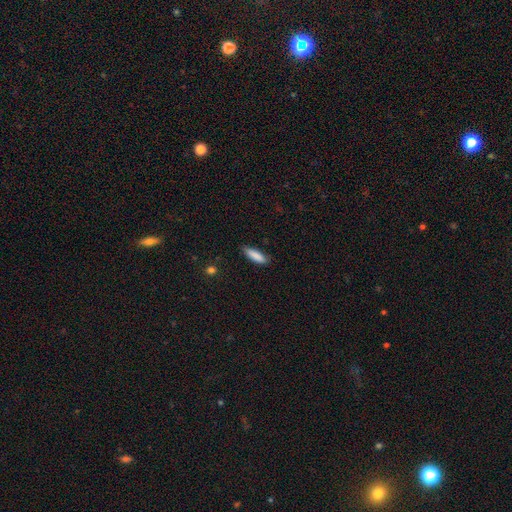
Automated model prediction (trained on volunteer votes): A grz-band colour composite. It shows a smooth galaxy with no disk features (87%) that is cigar-shaped (59%). Merging: none (80%).